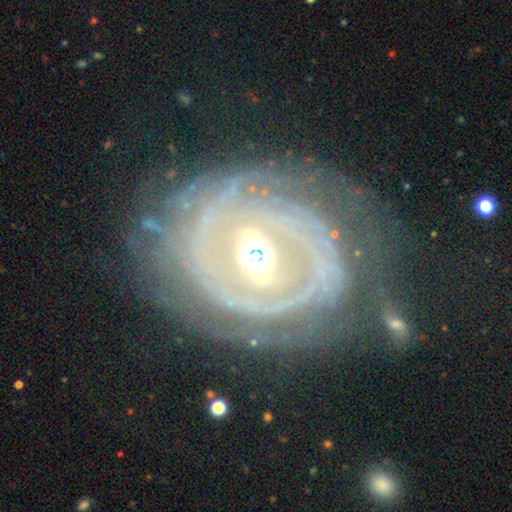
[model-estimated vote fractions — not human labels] featured or disk 86%, smooth 8%, star or artifact 6%. Down the decision tree: edge-on disk — no (96%); bar — weak (37%); spiral arms — yes (83%); spiral arm count — can't tell (40%); spiral winding — tight (76%); bulge size — moderate (68%); merging — none (65%).